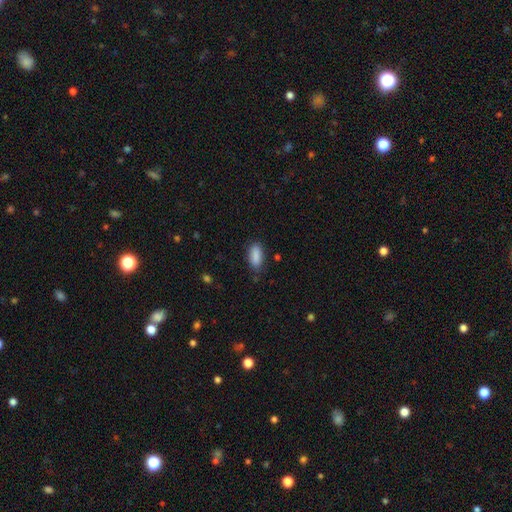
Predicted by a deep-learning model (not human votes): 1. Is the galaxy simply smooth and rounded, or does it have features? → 88% smooth, 7% star or artifact, 5% featured or disk.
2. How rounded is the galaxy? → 85% in between, 12% cigar-shaped, 2% round.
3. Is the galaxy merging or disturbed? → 78% none, 17% minor disturbance, 3% major disturbance, 2% merger.